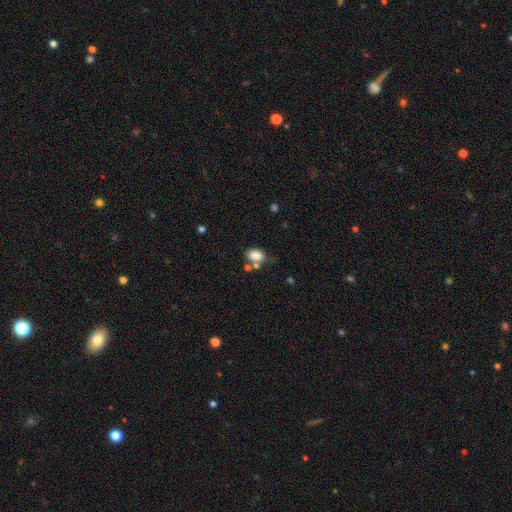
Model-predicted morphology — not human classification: Q: Smooth or featured?
A: smooth (83%); runner-up: star or artifact (9%)
Q: How rounded?
A: in between (80%); runner-up: round (19%)
Q: Merging?
A: none (61%); runner-up: merger (18%)